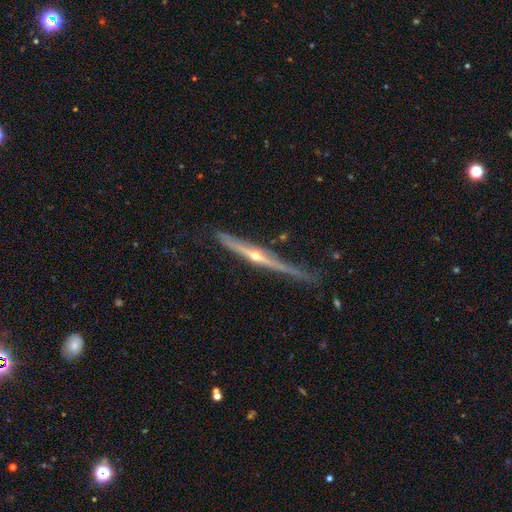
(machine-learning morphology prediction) A featured or disk galaxy (83%) viewed edge-on (97%) with a rounded central bulge (88%). Merging: none (67%).